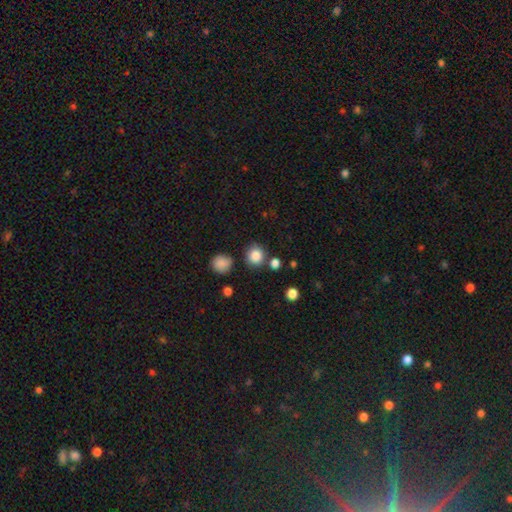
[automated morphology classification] Smooth or featured? Predicted: smooth (p=0.85). How rounded? Predicted: round (p=0.89). Merging? Predicted: none (p=0.78).